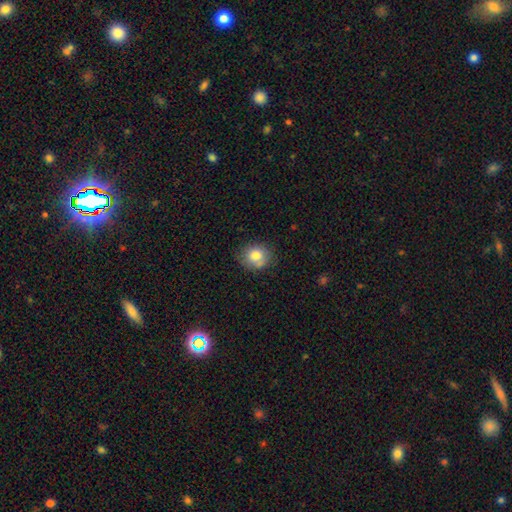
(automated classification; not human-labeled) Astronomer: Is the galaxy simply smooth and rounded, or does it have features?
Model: smooth — 79%.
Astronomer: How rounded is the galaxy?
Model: round — 74%.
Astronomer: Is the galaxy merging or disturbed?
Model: none — 69%.